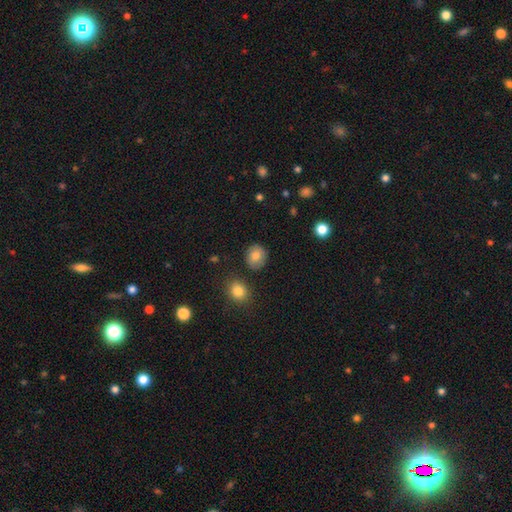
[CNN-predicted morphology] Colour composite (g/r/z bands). It shows a smooth galaxy with no disk features (81%) that is round (77%). Merging: none (85%).